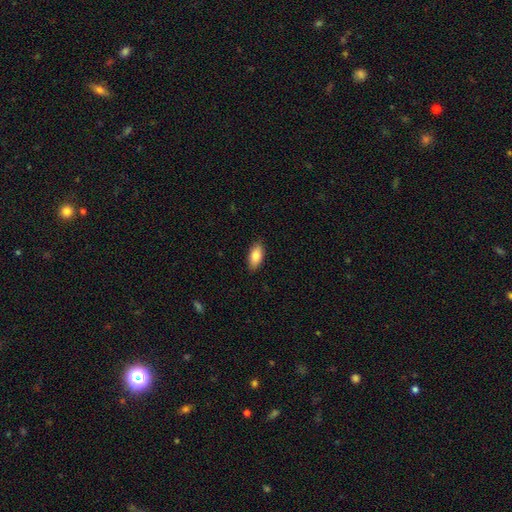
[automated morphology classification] Q: Smooth or featured?
A: smooth (85%); runner-up: featured or disk (8%)
Q: How rounded?
A: in between (90%); runner-up: cigar-shaped (7%)
Q: Merging?
A: none (88%); runner-up: minor disturbance (10%)